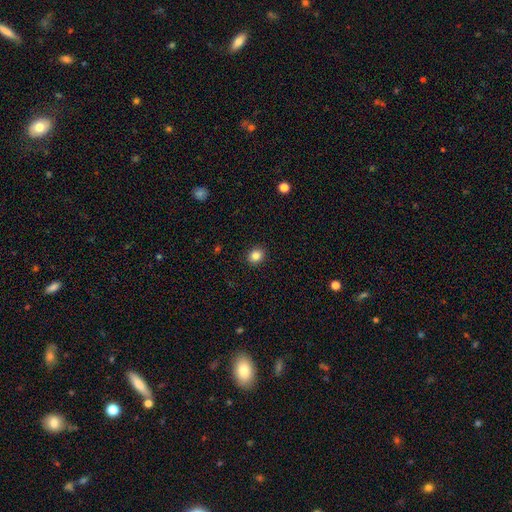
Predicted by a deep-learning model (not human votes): Q: Smooth or featured?
A: smooth (84%); runner-up: star or artifact (11%)
Q: How rounded?
A: round (75%); runner-up: in between (25%)
Q: Merging?
A: none (92%); runner-up: minor disturbance (6%)